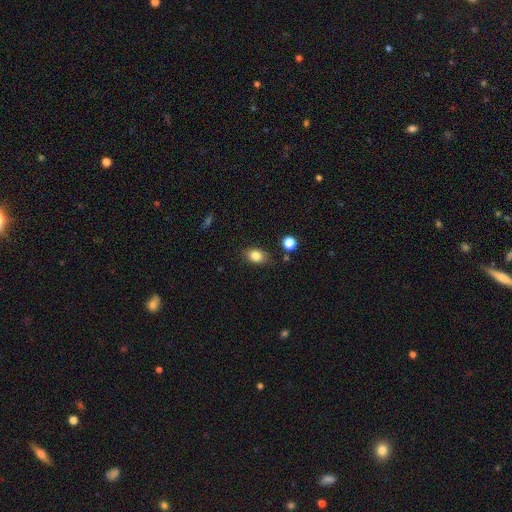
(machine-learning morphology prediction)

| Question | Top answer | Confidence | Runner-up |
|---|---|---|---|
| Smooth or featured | smooth | 83% | star or artifact (10%) |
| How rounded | in between | 75% | round (23%) |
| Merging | none | 80% | minor disturbance (14%) |